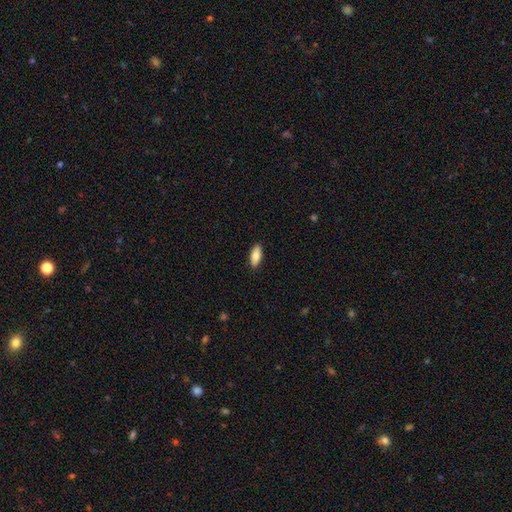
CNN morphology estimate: Q: Smooth or featured?
A: smooth (85%); runner-up: featured or disk (9%)
Q: How rounded?
A: in between (83%); runner-up: cigar-shaped (15%)
Q: Merging?
A: none (89%); runner-up: minor disturbance (8%)